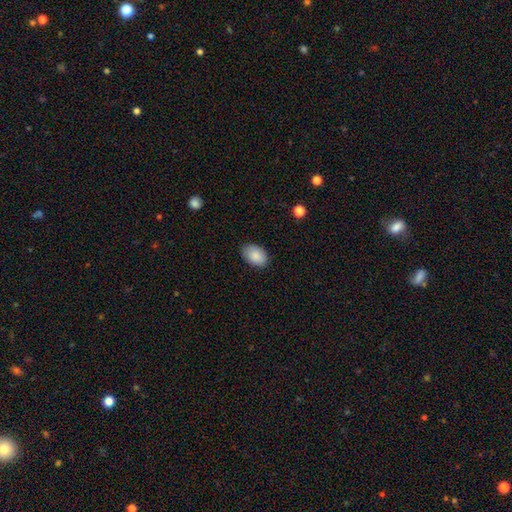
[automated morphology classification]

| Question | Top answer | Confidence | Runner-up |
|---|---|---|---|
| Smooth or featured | smooth | 88% | star or artifact (7%) |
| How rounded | in between | 88% | round (11%) |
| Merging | none | 84% | minor disturbance (13%) |